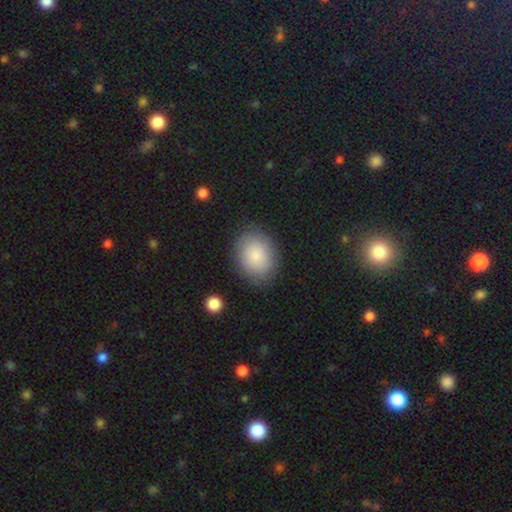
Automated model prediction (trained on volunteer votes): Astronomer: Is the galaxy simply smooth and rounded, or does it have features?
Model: smooth — 85%.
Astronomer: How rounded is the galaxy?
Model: in between — 60% (runner-up: round, 39%).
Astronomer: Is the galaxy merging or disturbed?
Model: none — 83%.